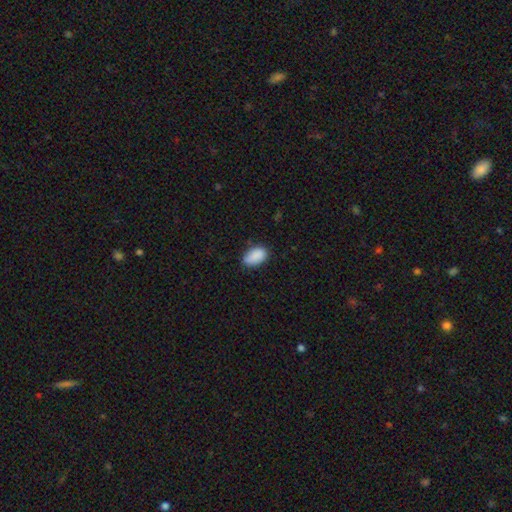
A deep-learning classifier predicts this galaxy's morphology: A smooth galaxy with no disk features (88%) that is in between round and cigar-shaped (92%).

Vote fractions:
- Smooth or featured? smooth: 88% / star or artifact: 7% / featured or disk: 4%
- How rounded? in between: 92% / round: 6% / cigar-shaped: 2%
- Merging? none: 72% / minor disturbance: 23% / major disturbance: 4% / merger: 2%